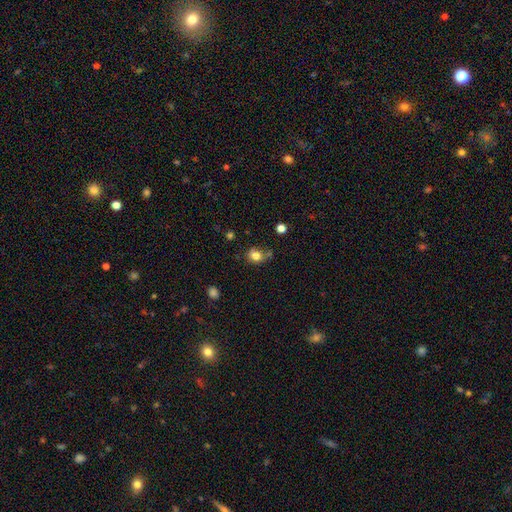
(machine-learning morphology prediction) type=smooth (82%); roundness=round (69%); merging=none (66%).